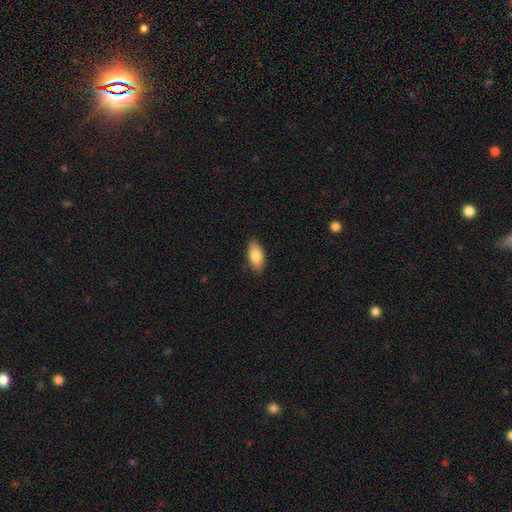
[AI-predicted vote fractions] Q: Smooth or featured?
A: smooth (80%); runner-up: featured or disk (13%)
Q: How rounded?
A: in between (89%); runner-up: cigar-shaped (8%)
Q: Merging?
A: none (88%); runner-up: minor disturbance (10%)